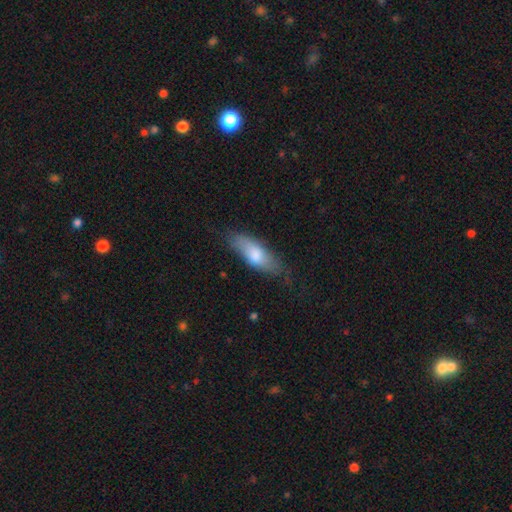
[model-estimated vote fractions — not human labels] smooth 73%, featured or disk 20%, star or artifact 6%. Down the decision tree: how rounded — in between (67%); merging — none (63%).